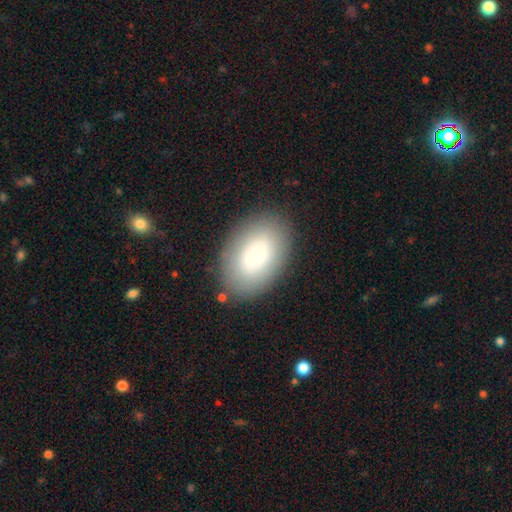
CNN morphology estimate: Smooth or featured? smooth (61%)
How rounded? in between (86%)
Merging? none (84%)